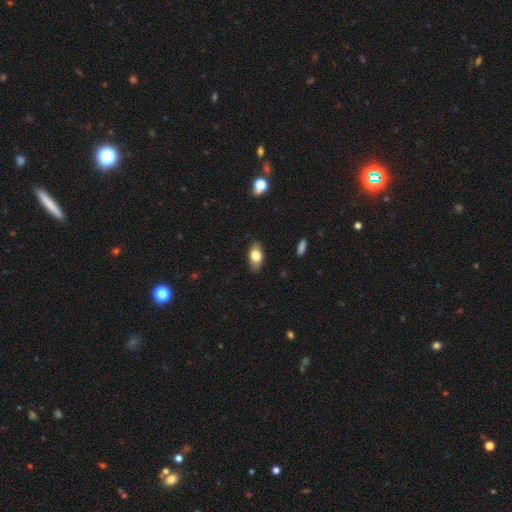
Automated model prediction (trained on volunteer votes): Smooth or featured?
  - smooth: 76% *
  - featured or disk: 17%
  - star or artifact: 7%
How rounded?
  - in between: 90% *
  - round: 6%
  - cigar-shaped: 4%
Merging?
  - none: 84% *
  - minor disturbance: 12%
  - major disturbance: 2%
  - merger: 1%